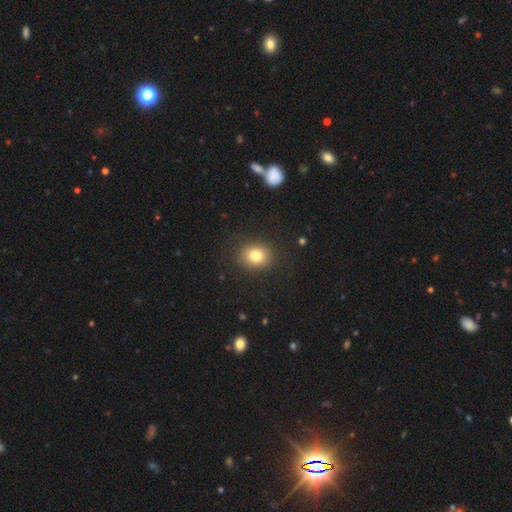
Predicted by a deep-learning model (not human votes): Morphology: type=smooth (80%); roundness=round (68%); merging=none (88%).